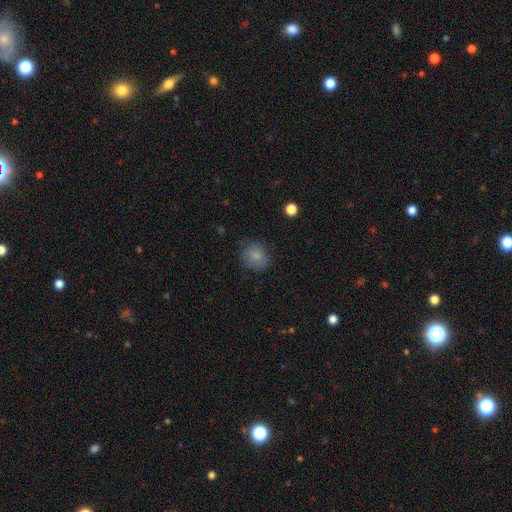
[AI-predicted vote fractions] Smooth or featured? Predicted: smooth (p=0.84). How rounded? Predicted: round (p=0.73). Merging? Predicted: none (p=0.77).